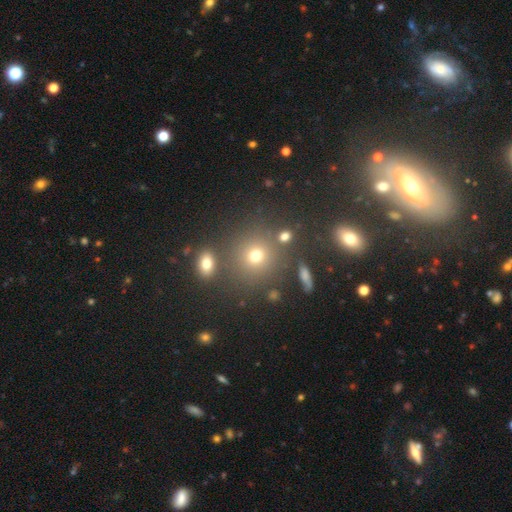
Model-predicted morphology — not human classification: Q: Smooth or featured?
A: smooth (70%); runner-up: star or artifact (19%)
Q: How rounded?
A: round (86%); runner-up: in between (13%)
Q: Merging?
A: none (77%); runner-up: merger (9%)